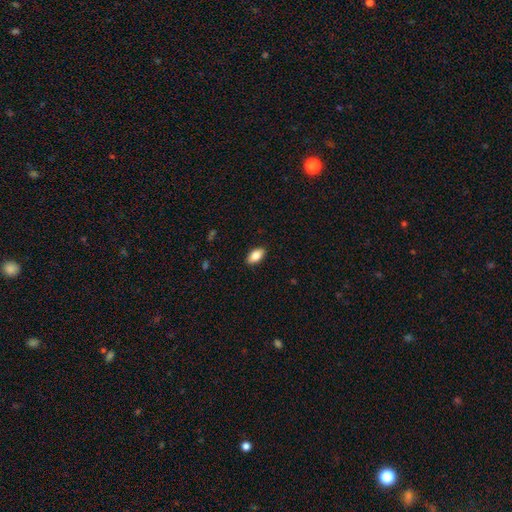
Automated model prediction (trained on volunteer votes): Smooth or featured?
  - smooth: 85% *
  - featured or disk: 8%
  - star or artifact: 7%
How rounded?
  - in between: 93% *
  - cigar-shaped: 4%
  - round: 3%
Merging?
  - none: 89% *
  - minor disturbance: 8%
  - major disturbance: 2%
  - merger: 1%